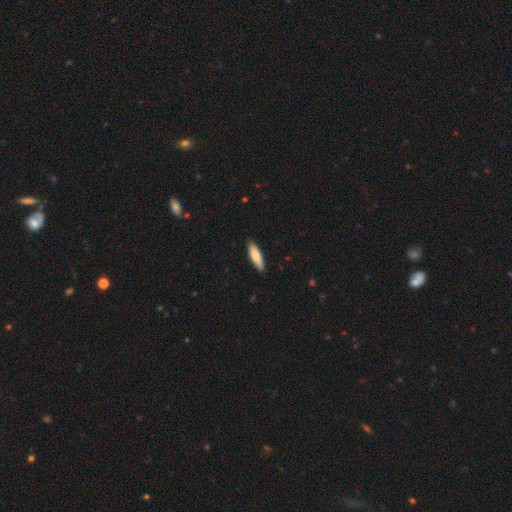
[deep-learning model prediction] Smooth or featured? smooth (83%)
How rounded? cigar-shaped (58%)
Merging? none (87%)